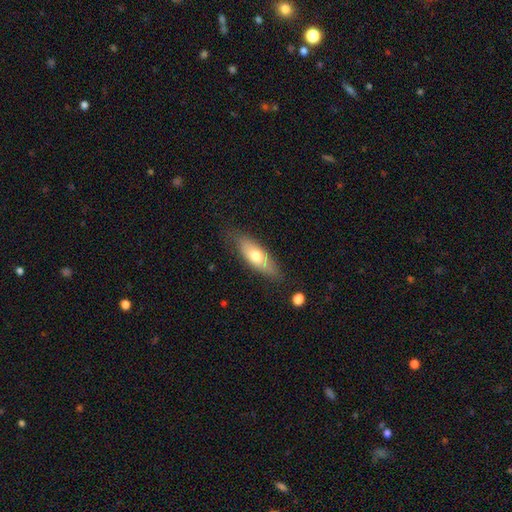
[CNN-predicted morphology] smooth-or-featured: smooth: 62% | featured or disk: 32% | star or artifact: 6%
  how-rounded: in between: 67% | cigar-shaped: 30% | round: 3%
  merging: none: 73% | minor disturbance: 20% | major disturbance: 5% | merger: 2%